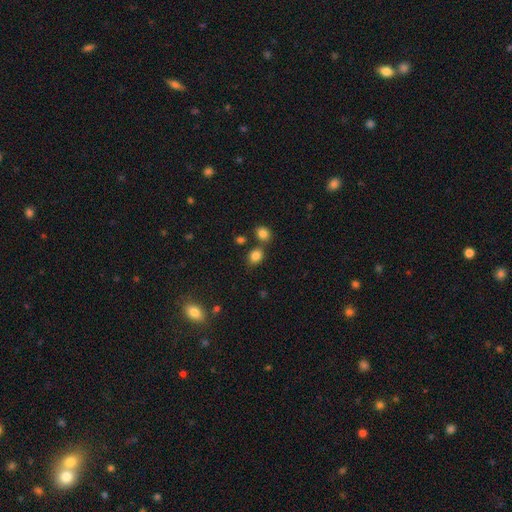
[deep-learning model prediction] smooth_or_featured: smooth (p=0.83) [alt: star or artifact p=0.12]
how_rounded: in between (p=0.49) [tied with: round p=0.49]
merging: none (p=0.66) [alt: merger p=0.17]